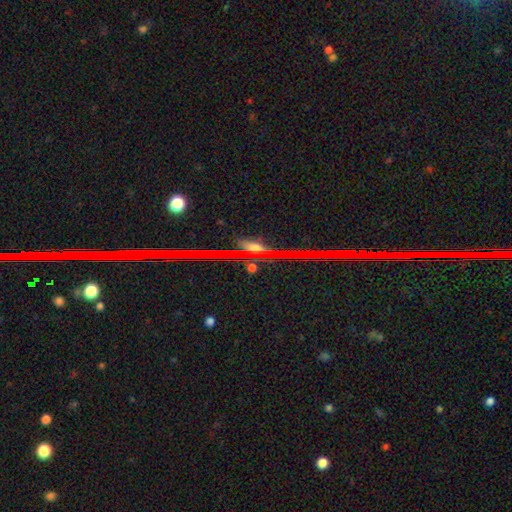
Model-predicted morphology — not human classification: A star or artifact, not a galaxy (82%).

Vote fractions:
- Smooth or featured? star or artifact: 82% / featured or disk: 11% / smooth: 7%